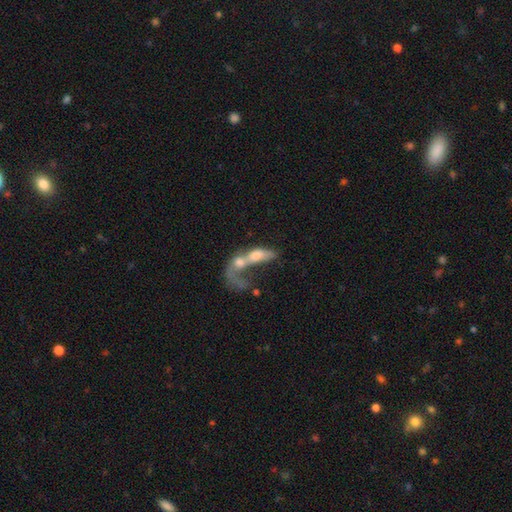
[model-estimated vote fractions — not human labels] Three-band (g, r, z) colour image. It shows a smooth galaxy with no disk features (47%). Merging: merger (71%).